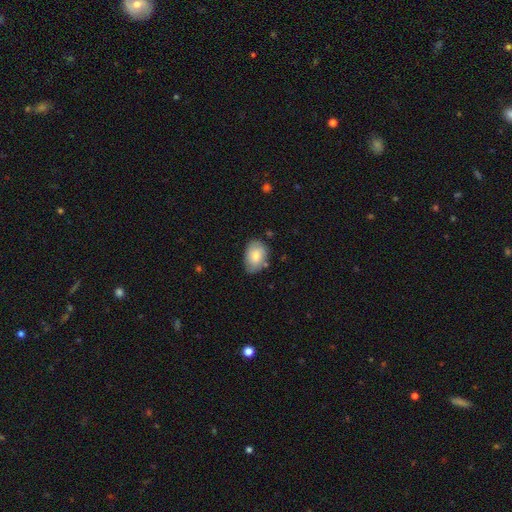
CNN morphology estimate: A smooth galaxy with no disk features (76%) that is in between round and cigar-shaped (82%).

Vote fractions:
- Smooth or featured? smooth: 76% / featured or disk: 17% / star or artifact: 7%
- How rounded? in between: 82% / round: 17% / cigar-shaped: 1%
- Merging? none: 69% / minor disturbance: 24% / major disturbance: 4% / merger: 3%